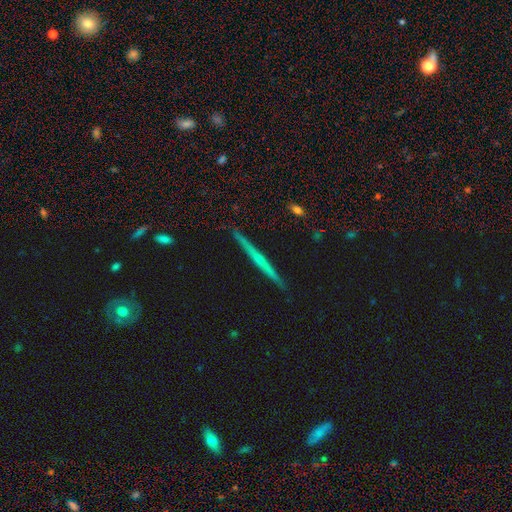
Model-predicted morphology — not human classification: This is likely a featured or disk galaxy (72%). It is clearly viewed edge-on (98%). Edge-on bulge: possibly rounded (49%). Merging: clearly none (91%).